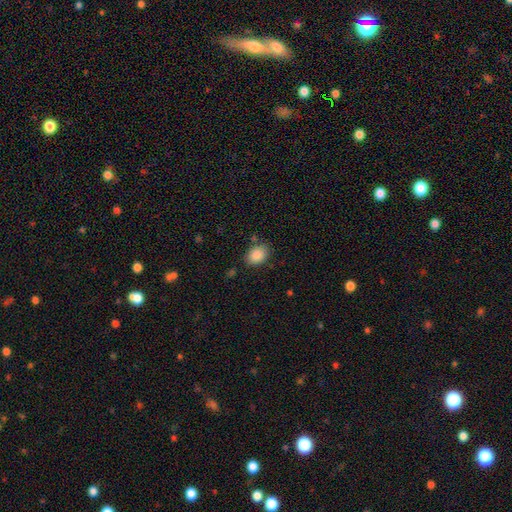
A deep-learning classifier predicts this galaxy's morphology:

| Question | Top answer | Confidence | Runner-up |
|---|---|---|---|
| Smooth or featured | smooth | 88% | star or artifact (8%) |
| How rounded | in between | 72% | round (27%) |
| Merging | none | 80% | minor disturbance (14%) |